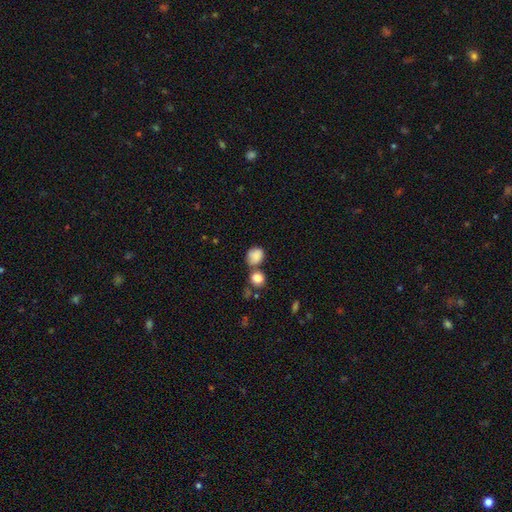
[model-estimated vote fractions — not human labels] This is clearly a smooth galaxy (84%). How rounded: possibly round (59%). Merging: possibly none (48%).